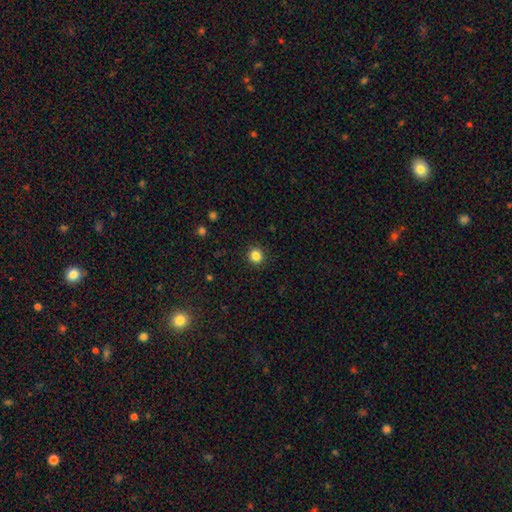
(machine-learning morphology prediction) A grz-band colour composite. It shows a smooth galaxy with no disk features (85%) that is round (92%). Merging: none (92%).